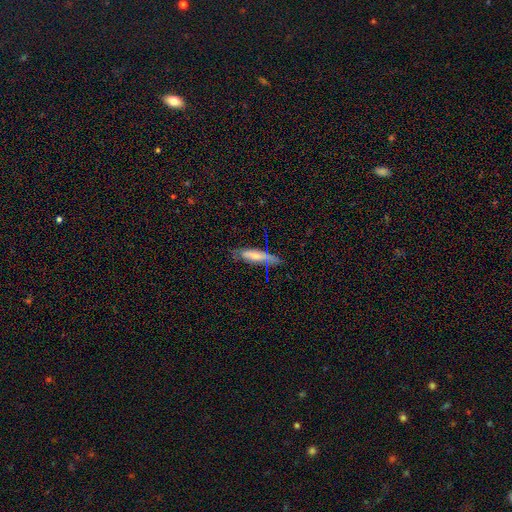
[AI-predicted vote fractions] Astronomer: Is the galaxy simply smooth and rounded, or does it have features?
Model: smooth — 57% (runner-up: featured or disk, 36%).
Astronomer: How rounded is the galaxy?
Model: cigar-shaped — 74%.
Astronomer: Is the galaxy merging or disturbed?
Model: none — 63%.